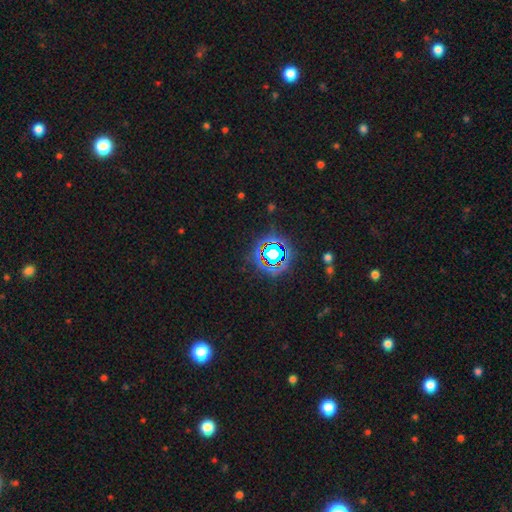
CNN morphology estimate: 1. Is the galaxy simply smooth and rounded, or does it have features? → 78% star or artifact, 14% smooth, 9% featured or disk.